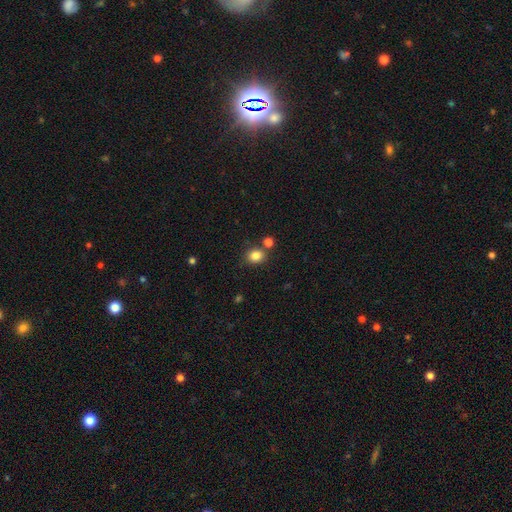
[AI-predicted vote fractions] smooth 83%, star or artifact 11%, featured or disk 6%. Down the decision tree: how rounded — round (63%); merging — none (73%).